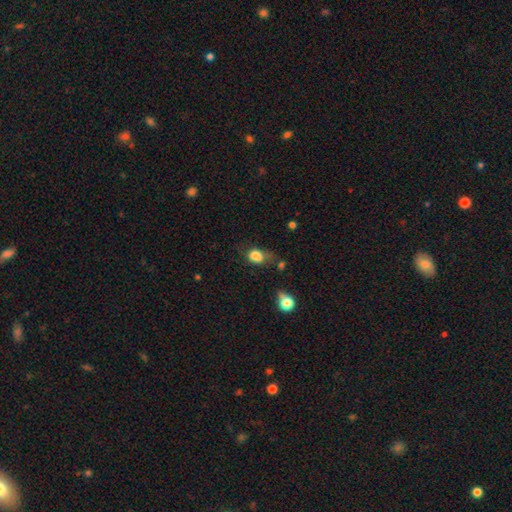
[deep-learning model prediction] smooth-or-featured: smooth: 80% | star or artifact: 10% | featured or disk: 9%
  how-rounded: in between: 61% | round: 38% | cigar-shaped: 2%
  merging: none: 42% | minor disturbance: 31% | major disturbance: 20% | merger: 7%